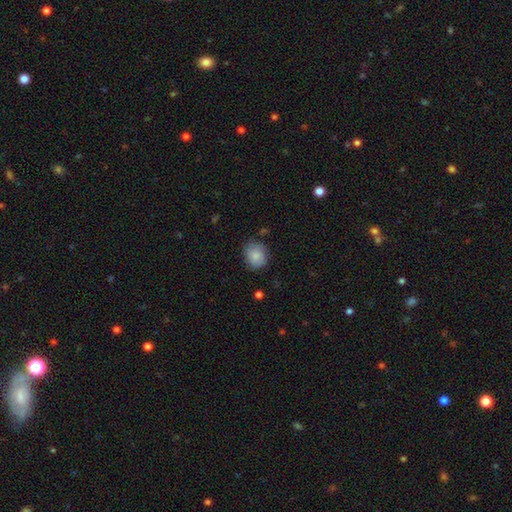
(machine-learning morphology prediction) The model was most divided on "how rounded": round: 69%, in between: 30%, cigar-shaped: 1%. More confident: smooth or featured — smooth (83%); merging — none (74%).